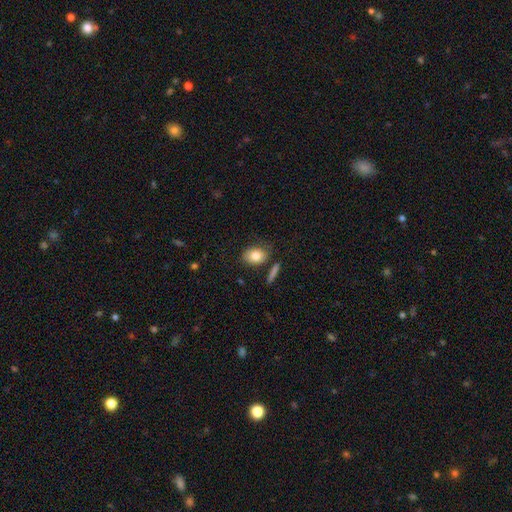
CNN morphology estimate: Q: Smooth or featured?
A: smooth (82%); runner-up: featured or disk (11%)
Q: How rounded?
A: in between (75%); runner-up: round (23%)
Q: Merging?
A: none (71%); runner-up: minor disturbance (17%)